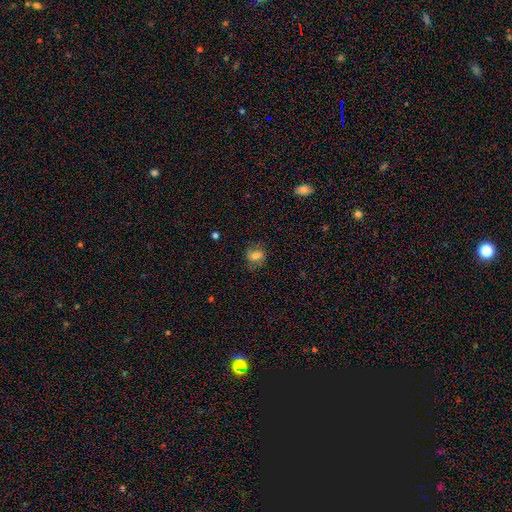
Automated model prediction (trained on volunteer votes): A smooth galaxy with no disk features (63%) that is round (56%).

Vote fractions:
- Smooth or featured? smooth: 63% / featured or disk: 26% / star or artifact: 11%
- How rounded? round: 56% / in between: 42% / cigar-shaped: 2%
- Merging? none: 73% / minor disturbance: 18% / major disturbance: 7% / merger: 1%